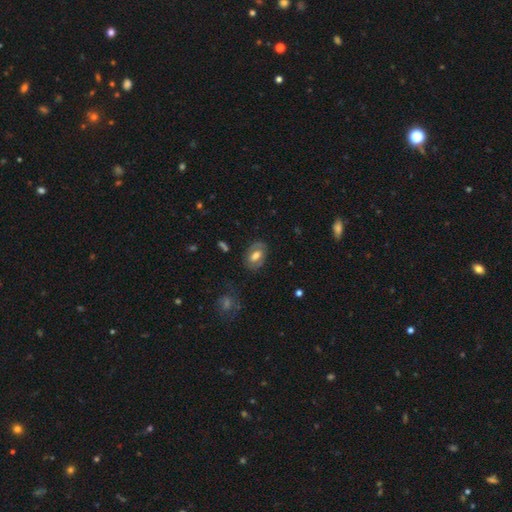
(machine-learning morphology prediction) Overall: smooth (48%; featured or disk 44%). Merging: none (75%).